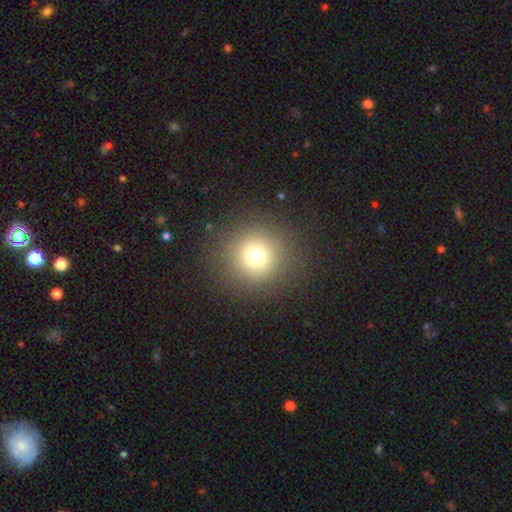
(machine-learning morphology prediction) Smooth or featured? Predicted: smooth (p=0.72). How rounded? Predicted: round (p=0.95). Merging? Predicted: none (p=0.89).